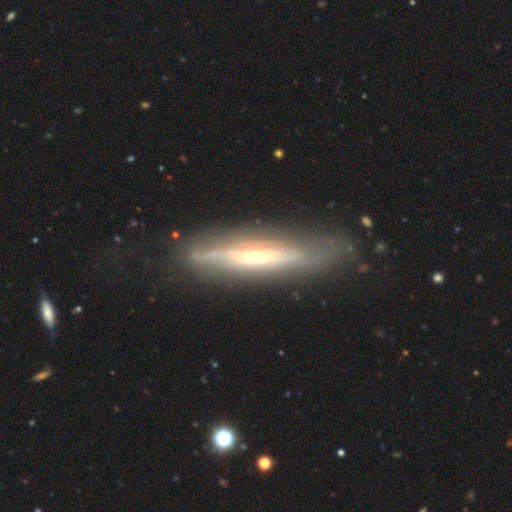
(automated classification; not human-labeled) smooth_or_featured: featured or disk (p=0.76) [alt: smooth p=0.18]
disk_edge_on: yes (p=0.72) [alt: no p=0.28]
edge_on_bulge: rounded (p=0.78) [alt: none p=0.18]
merging: none (p=0.69) [alt: minor disturbance p=0.21]